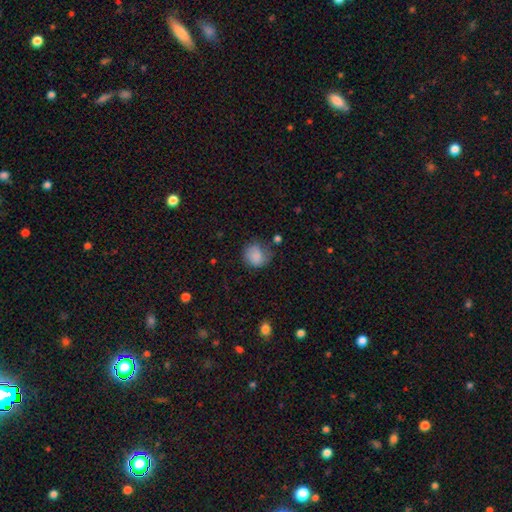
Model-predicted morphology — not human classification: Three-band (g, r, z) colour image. It shows a smooth galaxy with no disk features (82%) that is round (78%). Merging: none (57%).